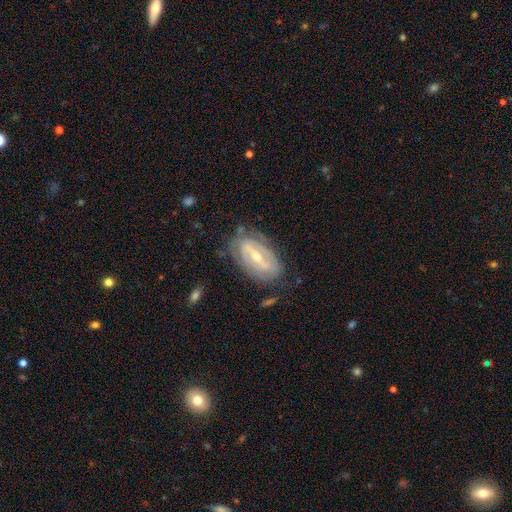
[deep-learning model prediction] smooth_or_featured: featured or disk (p=0.70) [alt: smooth p=0.19]
disk_edge_on: no (p=0.90) [alt: yes p=0.10]
bar: weak (p=0.40) [alt: strong p=0.31]
has_spiral_arms: yes (p=0.70) [alt: no p=0.30]
bulge_size: small (p=0.50) [alt: moderate p=0.46]
merging: none (p=0.72) [alt: minor disturbance p=0.19]